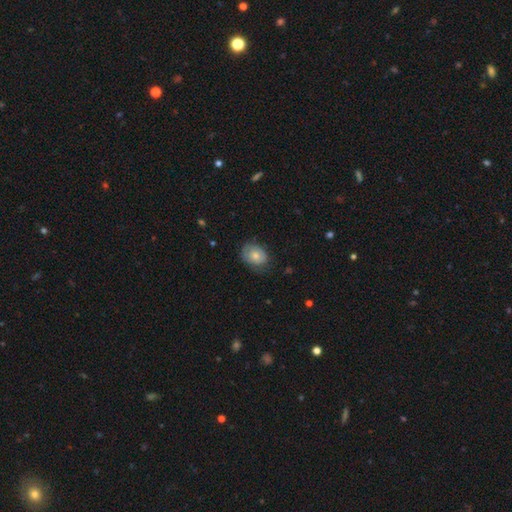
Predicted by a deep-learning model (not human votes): Smooth or featured? smooth (64%)
How rounded? in between (68%)
Merging? none (67%)